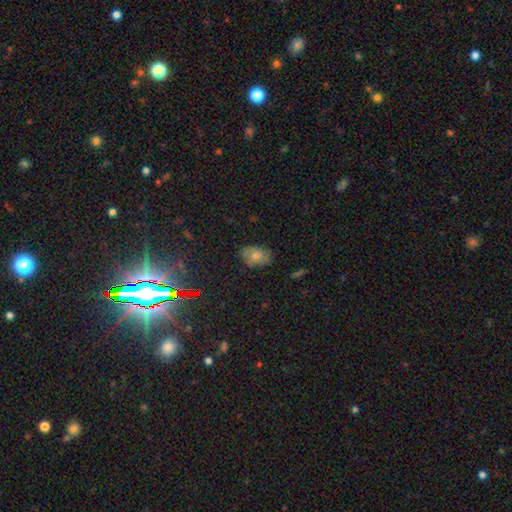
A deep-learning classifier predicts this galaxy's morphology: Overall: smooth (68%). How rounded: in between (86%). Merging: none (69%).